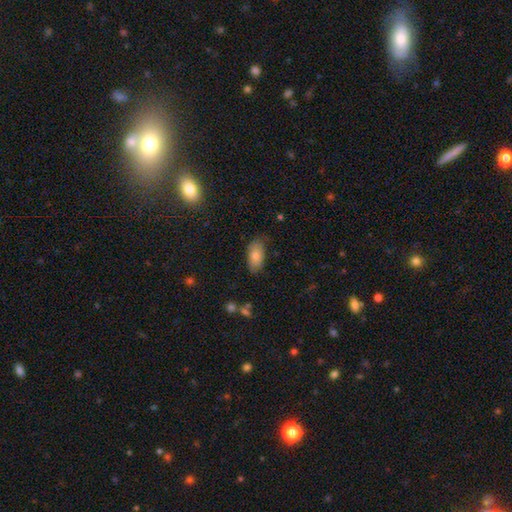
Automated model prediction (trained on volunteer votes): Smooth or featured?
  - smooth: 82% *
  - featured or disk: 11%
  - star or artifact: 7%
How rounded?
  - in between: 92% *
  - cigar-shaped: 5%
  - round: 3%
Merging?
  - none: 77% *
  - minor disturbance: 18%
  - major disturbance: 3%
  - merger: 1%